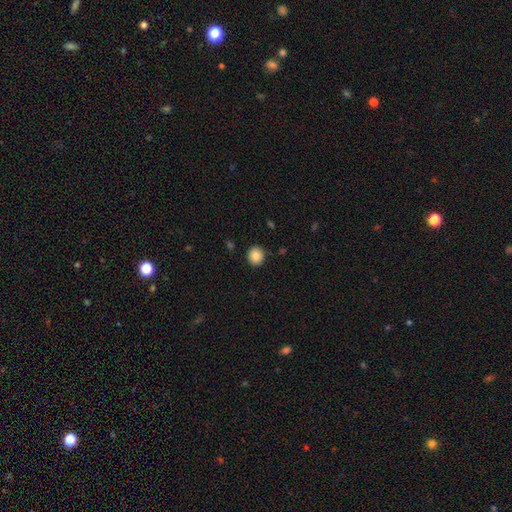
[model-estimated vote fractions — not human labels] A smooth galaxy with no disk features (84%) that is round (87%). Merging: none (92%).